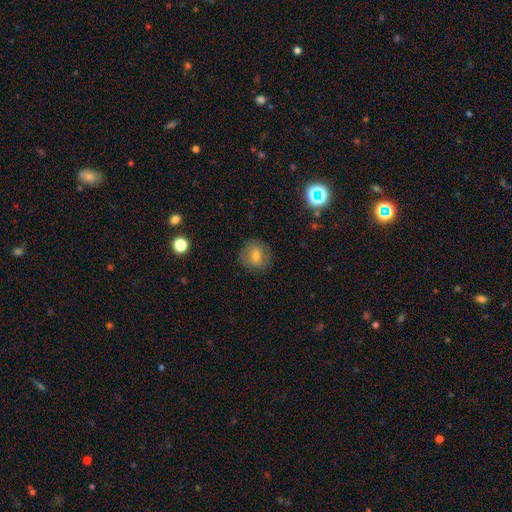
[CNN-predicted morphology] Overall: smooth (59%; featured or disk 27%). How rounded: round (85%). Merging: none (84%).